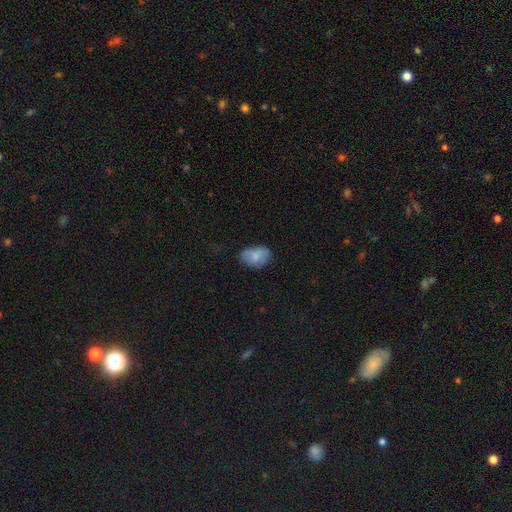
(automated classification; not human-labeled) A smooth galaxy with no disk features (79%) that is in between round and cigar-shaped (85%).

Vote fractions:
- Smooth or featured? smooth: 79% / featured or disk: 13% / star or artifact: 8%
- How rounded? in between: 85% / round: 13% / cigar-shaped: 1%
- Merging? none: 62% / minor disturbance: 28% / major disturbance: 8% / merger: 2%